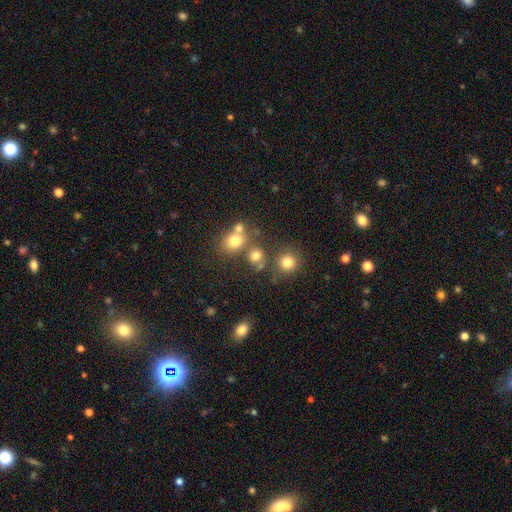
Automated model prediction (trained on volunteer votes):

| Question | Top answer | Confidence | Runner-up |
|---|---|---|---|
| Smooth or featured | smooth | 74% | star or artifact (17%) |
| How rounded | round | 77% | in between (22%) |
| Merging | none | 58% | merger (27%) |